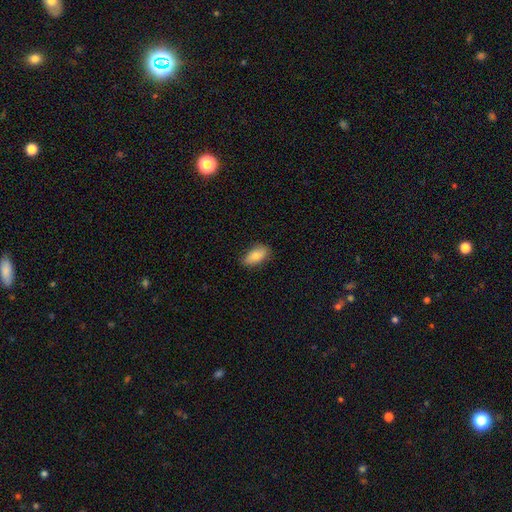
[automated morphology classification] Smooth or featured? smooth (81%)
How rounded? in between (88%)
Merging? none (82%)